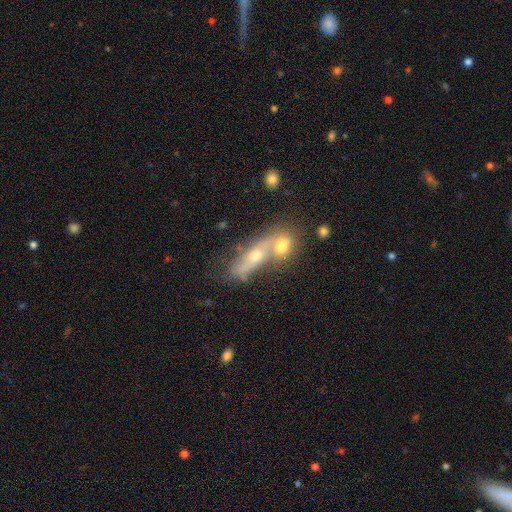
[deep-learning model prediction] Morphology: type=featured or disk (45%); merging=merger (69%).